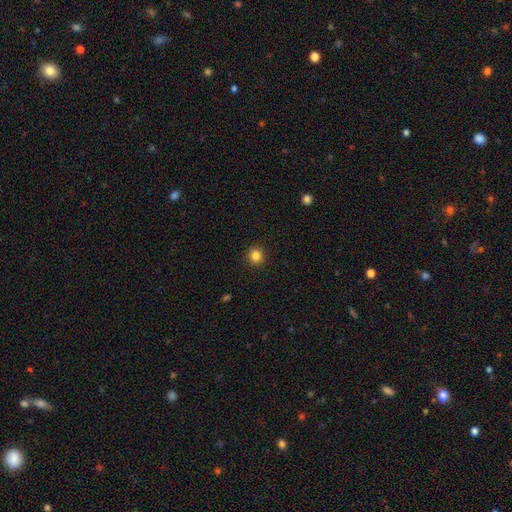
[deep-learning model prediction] A smooth galaxy with no disk features (84%) that is round (93%).

Vote fractions:
- Smooth or featured? smooth: 84% / star or artifact: 11% / featured or disk: 4%
- How rounded? round: 93% / in between: 6% / cigar-shaped: 1%
- Merging? none: 92% / minor disturbance: 5% / major disturbance: 2% / merger: 1%